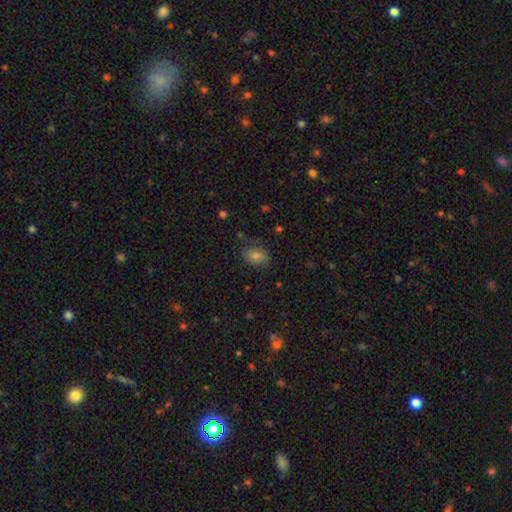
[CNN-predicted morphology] Smooth or featured? smooth (68%)
How rounded? in between (60%)
Merging? none (77%)